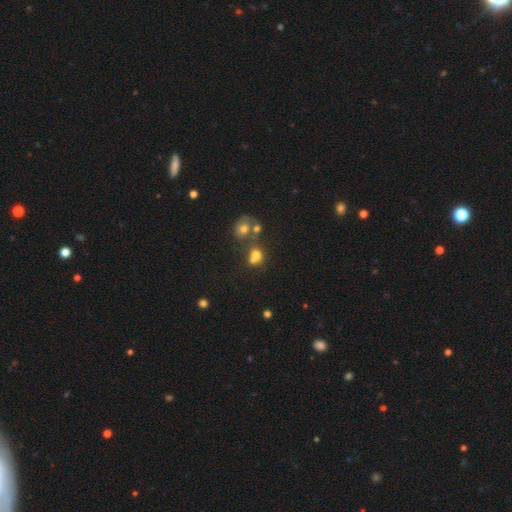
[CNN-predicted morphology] Smooth or featured: smooth — 68% (featured or disk — 16%)
How rounded: round — 65% (in between — 34%)
Merging: merger — 50% (none — 32%)